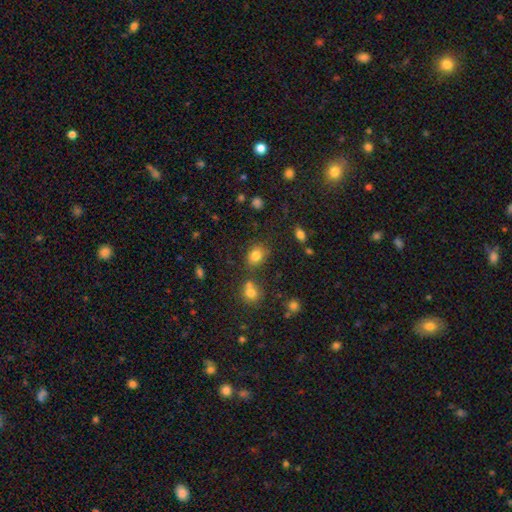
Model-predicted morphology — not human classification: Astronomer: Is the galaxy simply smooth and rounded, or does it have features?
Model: smooth — 79%.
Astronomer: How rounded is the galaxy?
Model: round — 50% (runner-up: in between, 48%).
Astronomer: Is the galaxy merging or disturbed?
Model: none — 71%.